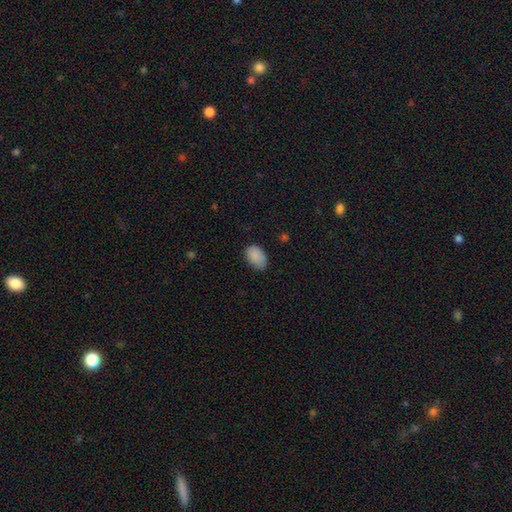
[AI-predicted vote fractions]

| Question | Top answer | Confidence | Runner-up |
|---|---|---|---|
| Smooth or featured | smooth | 88% | star or artifact (7%) |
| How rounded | in between | 88% | round (11%) |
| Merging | none | 72% | minor disturbance (23%) |